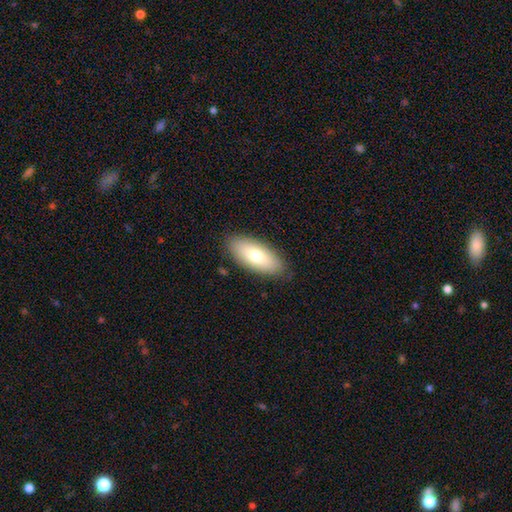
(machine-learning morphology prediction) smooth_or_featured: smooth (p=0.73) [alt: featured or disk p=0.20]
how_rounded: in between (p=0.84) [alt: cigar-shaped p=0.13]
merging: none (p=0.87) [alt: minor disturbance p=0.10]